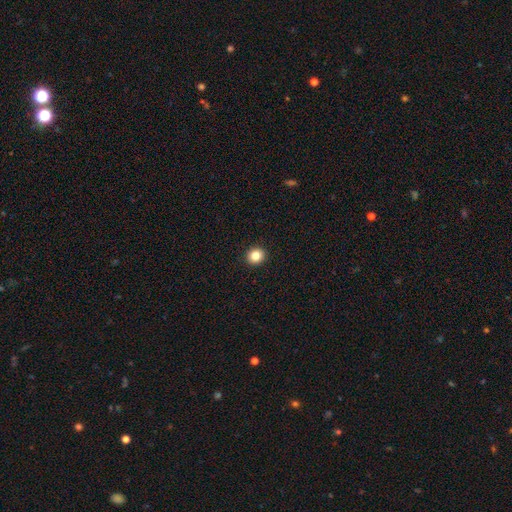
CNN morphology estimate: Smooth or featured? smooth (84%)
How rounded? round (87%)
Merging? none (93%)